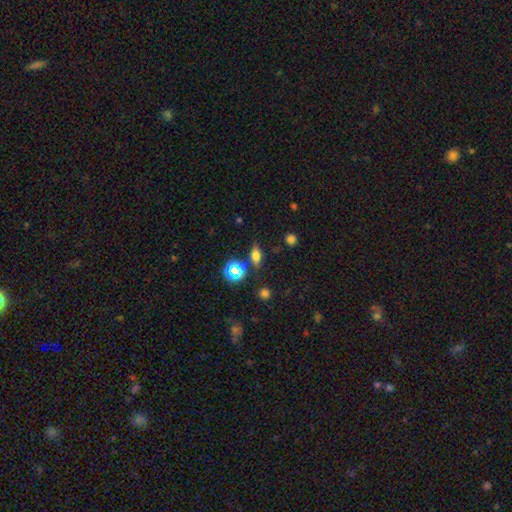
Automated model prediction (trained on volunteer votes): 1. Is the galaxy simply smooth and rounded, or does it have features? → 65% smooth, 20% star or artifact, 15% featured or disk.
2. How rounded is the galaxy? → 68% in between, 18% round, 14% cigar-shaped.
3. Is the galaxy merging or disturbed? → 79% none, 13% minor disturbance, 5% merger, 4% major disturbance.